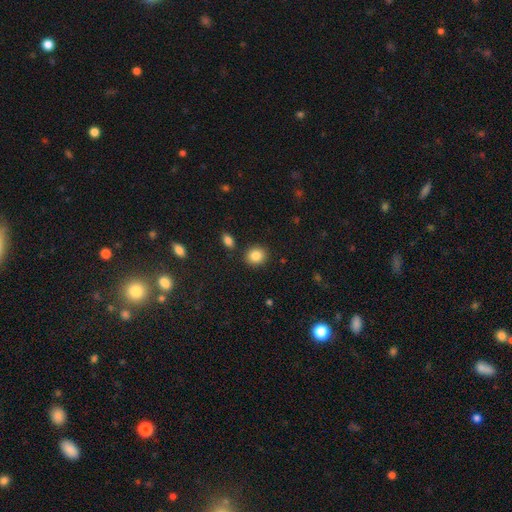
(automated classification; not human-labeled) A smooth galaxy with no disk features (86%) that is round (78%).

Vote fractions:
- Smooth or featured? smooth: 86% / star or artifact: 9% / featured or disk: 5%
- How rounded? round: 78% / in between: 21% / cigar-shaped: 1%
- Merging? none: 87% / minor disturbance: 7% / merger: 3% / major disturbance: 2%